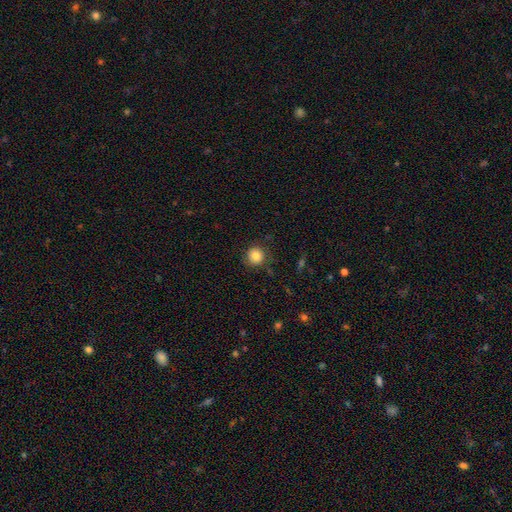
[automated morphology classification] Smooth or featured: smooth — 82% (star or artifact — 10%)
How rounded: round — 92% (in between — 7%)
Merging: none — 85% (minor disturbance — 11%)